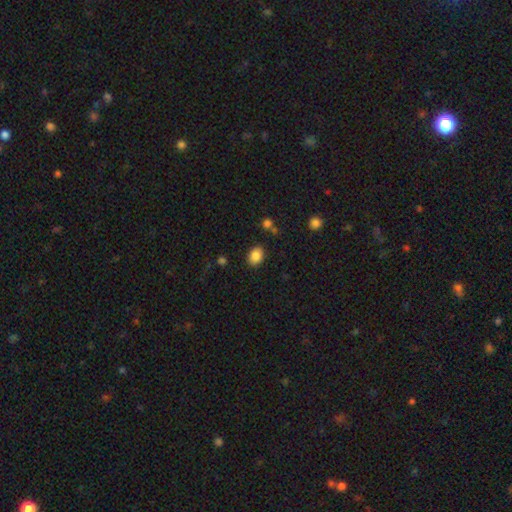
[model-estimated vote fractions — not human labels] Smooth or featured: smooth — 86% (star or artifact — 9%)
How rounded: in between — 68% (round — 31%)
Merging: none — 85% (minor disturbance — 9%)